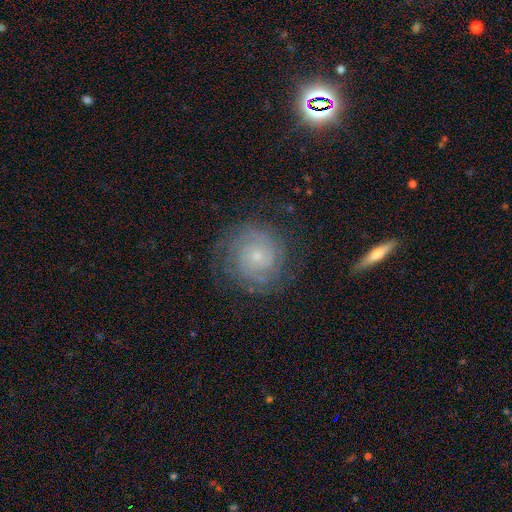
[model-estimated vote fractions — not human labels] Smooth or featured? featured or disk (77%)
Edge-on disk? no (98%)
Bar? no (79%)
Spiral arms? yes (95%)
Spiral winding? tight (78%)
Spiral arm count? 2 (43%)
Bulge size? small (80%)
Merging? none (79%)